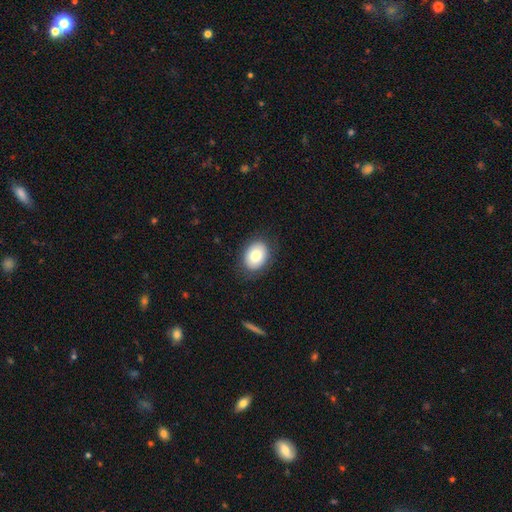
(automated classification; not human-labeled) smooth_or_featured: smooth (p=0.82) [alt: featured or disk p=0.10]
how_rounded: in between (p=0.70) [alt: round p=0.30]
merging: none (p=0.85) [alt: minor disturbance p=0.11]